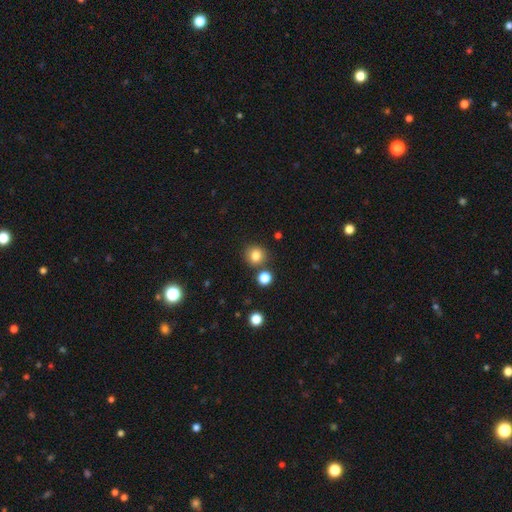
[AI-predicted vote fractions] This appears to be a smooth galaxy with no disk features (82%) that is round (89%). Merging: none (82%).